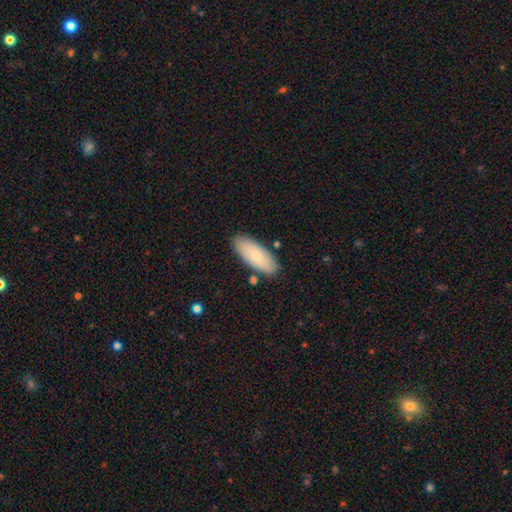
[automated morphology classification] Smooth or featured? smooth (80%)
How rounded? in between (79%)
Merging? none (85%)